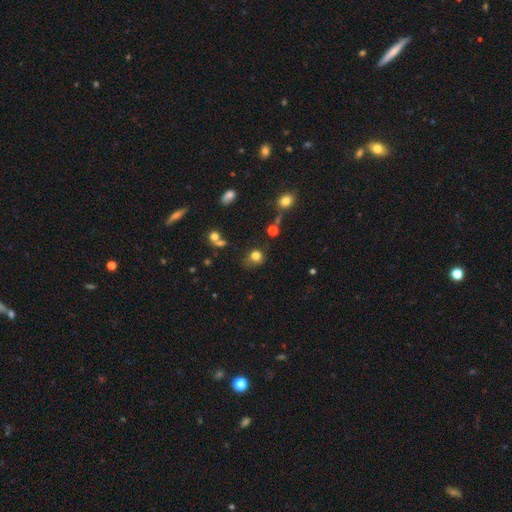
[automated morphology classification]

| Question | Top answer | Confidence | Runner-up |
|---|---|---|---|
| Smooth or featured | smooth | 78% | star or artifact (14%) |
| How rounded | round | 71% | in between (28%) |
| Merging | none | 61% | minor disturbance (24%) |